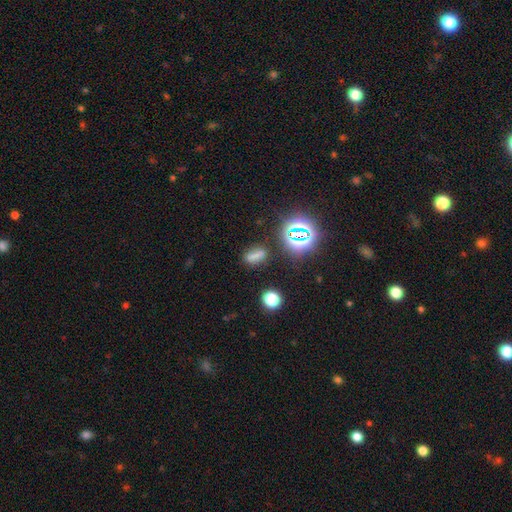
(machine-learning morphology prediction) Overall: smooth (65%). How rounded: in between (59%; cigar-shaped 27%). Merging: none (77%).